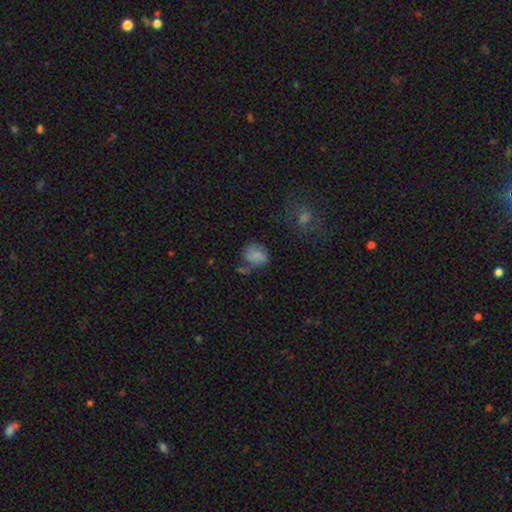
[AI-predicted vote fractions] The model was most divided on "merging": none: 40%, minor disturbance: 26%, major disturbance: 19%, merger: 15%. More confident: smooth or featured — smooth (69%); how rounded — round (58%).